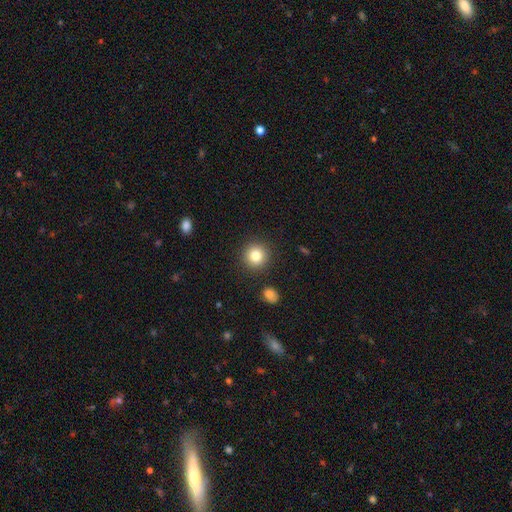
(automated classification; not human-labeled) Smooth or featured?
  - smooth: 83% *
  - star or artifact: 10%
  - featured or disk: 7%
How rounded?
  - round: 94% *
  - in between: 6%
  - cigar-shaped: 1%
Merging?
  - none: 89% *
  - minor disturbance: 6%
  - merger: 2%
  - major disturbance: 2%